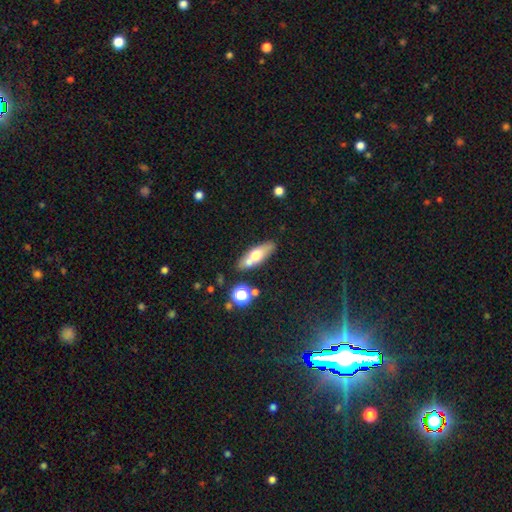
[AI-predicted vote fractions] smooth 57%, featured or disk 35%, star or artifact 8%. Down the decision tree: how rounded — in between (51%); merging — none (64%).